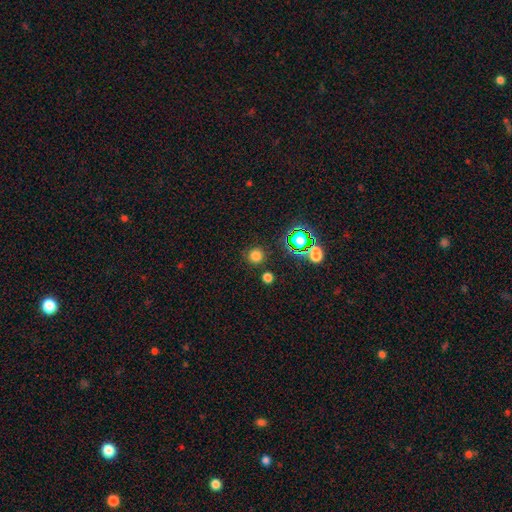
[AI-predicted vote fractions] Smooth or featured? smooth (74%)
How rounded? round (94%)
Merging? none (85%)